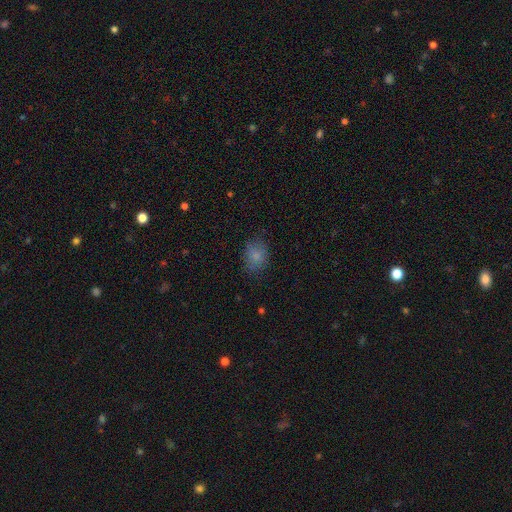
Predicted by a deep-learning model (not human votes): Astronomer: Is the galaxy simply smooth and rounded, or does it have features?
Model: smooth — 80%.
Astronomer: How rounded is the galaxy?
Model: in between — 58% (runner-up: round, 41%).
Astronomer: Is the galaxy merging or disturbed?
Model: none — 73%.